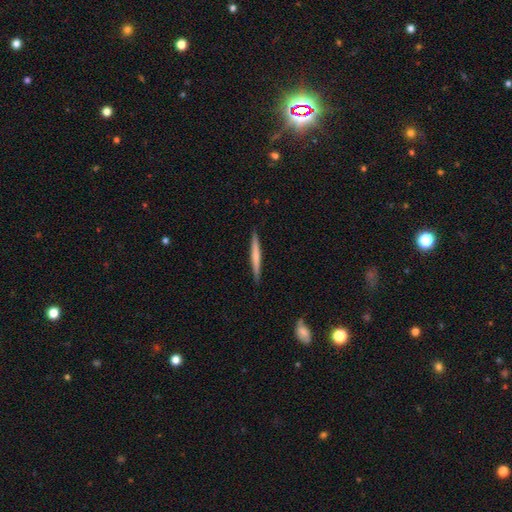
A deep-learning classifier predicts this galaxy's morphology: A smooth galaxy with no disk features (55%) that is cigar-shaped (96%).

Vote fractions:
- Smooth or featured? smooth: 55% / featured or disk: 40% / star or artifact: 5%
- How rounded? cigar-shaped: 96% / in between: 2% / round: 1%
- Merging? none: 91% / minor disturbance: 7% / major disturbance: 1% / merger: 1%